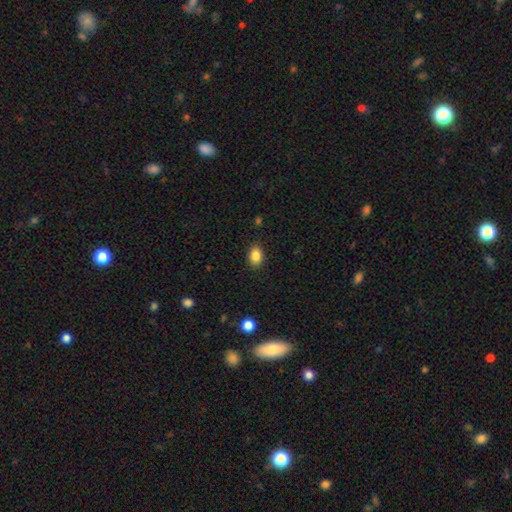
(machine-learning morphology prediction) Overall: smooth (86%). How rounded: in between (75%). Merging: none (88%).